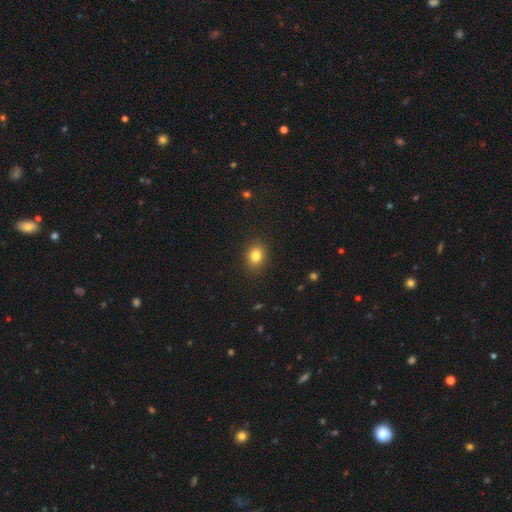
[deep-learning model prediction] Smooth or featured?
  - smooth: 82% *
  - star or artifact: 11%
  - featured or disk: 7%
How rounded?
  - round: 50% *
  - in between: 49%
  - cigar-shaped: 1%
Merging?
  - none: 89% *
  - minor disturbance: 8%
  - major disturbance: 2%
  - merger: 1%